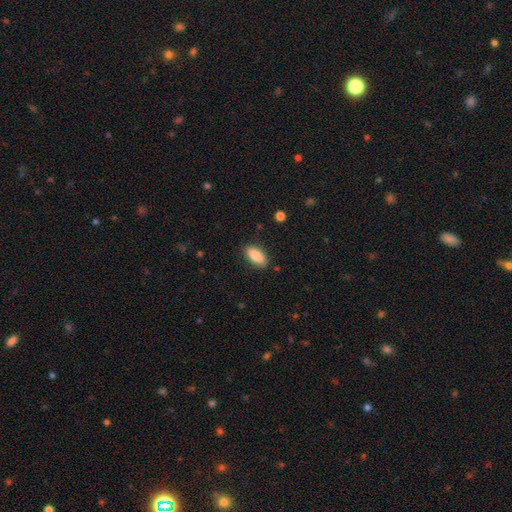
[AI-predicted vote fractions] Smooth or featured?
  - smooth: 88% *
  - star or artifact: 7%
  - featured or disk: 6%
How rounded?
  - in between: 88% *
  - cigar-shaped: 9%
  - round: 3%
Merging?
  - none: 84% *
  - minor disturbance: 12%
  - major disturbance: 3%
  - merger: 1%